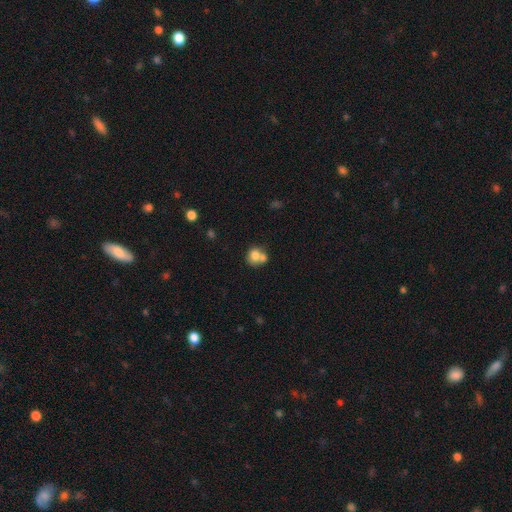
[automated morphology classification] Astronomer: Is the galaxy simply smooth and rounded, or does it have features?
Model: smooth — 73%.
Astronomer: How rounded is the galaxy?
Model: round — 74%.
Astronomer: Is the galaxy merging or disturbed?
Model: merger — 51% (runner-up: none, 36%).